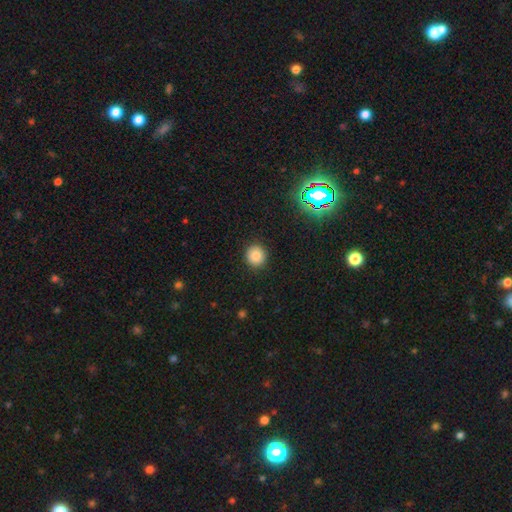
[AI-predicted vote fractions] The model was most divided on "smooth or featured": smooth: 82%, star or artifact: 12%, featured or disk: 5%. More confident: how rounded — round (91%); merging — none (91%).